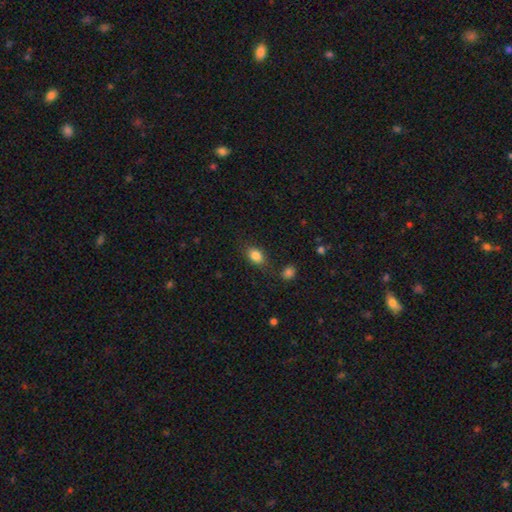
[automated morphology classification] This appears to be a smooth galaxy with no disk features (84%) that is in between round and cigar-shaped (78%). Merging: none (77%).